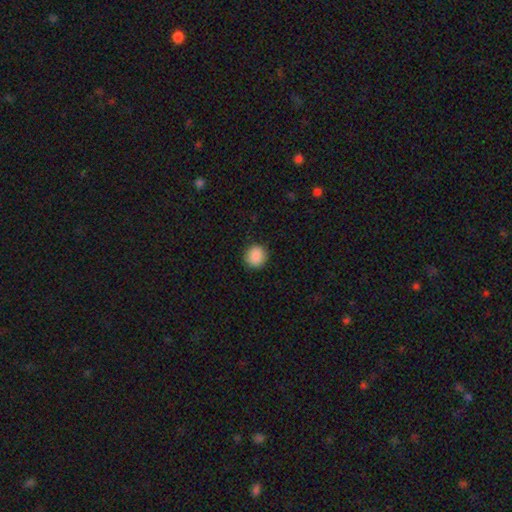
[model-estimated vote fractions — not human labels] Smooth or featured?
  - smooth: 89% *
  - star or artifact: 8%
  - featured or disk: 3%
How rounded?
  - round: 89% *
  - in between: 10%
  - cigar-shaped: 1%
Merging?
  - none: 90% *
  - minor disturbance: 7%
  - major disturbance: 2%
  - merger: 1%